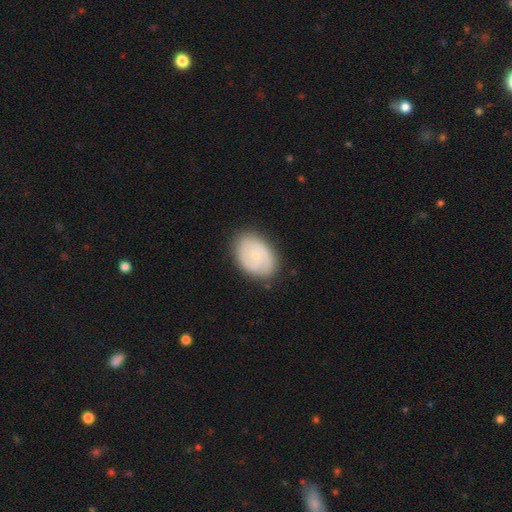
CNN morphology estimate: Smooth or featured?
  - featured or disk: 61% *
  - smooth: 33%
  - star or artifact: 6%
Edge-on disk?
  - no: 97% *
  - yes: 3%
Bar?
  - no: 66% *
  - weak: 30%
  - strong: 4%
Spiral arms?
  - yes: 83% *
  - no: 17%
Bulge size?
  - small: 72% *
  - moderate: 19%
  - none: 6%
  - large: 1%
  - dominant: 1%
Merging?
  - none: 82% *
  - minor disturbance: 13%
  - major disturbance: 4%
  - merger: 1%